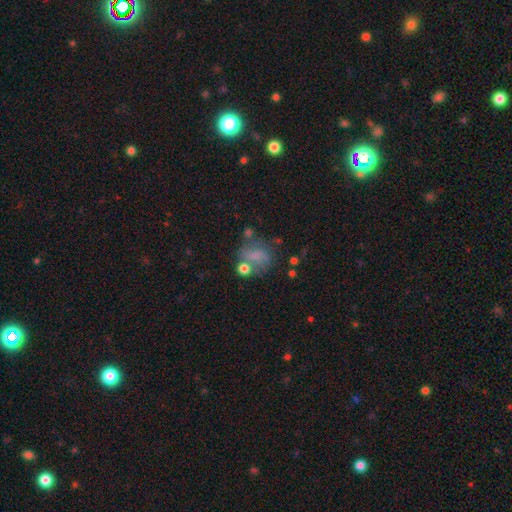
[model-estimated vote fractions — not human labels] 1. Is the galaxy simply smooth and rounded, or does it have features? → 59% smooth, 25% featured or disk, 16% star or artifact.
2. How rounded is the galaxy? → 50% in between, 48% round, 2% cigar-shaped.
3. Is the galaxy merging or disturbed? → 44% none, 22% minor disturbance, 19% major disturbance, 15% merger.